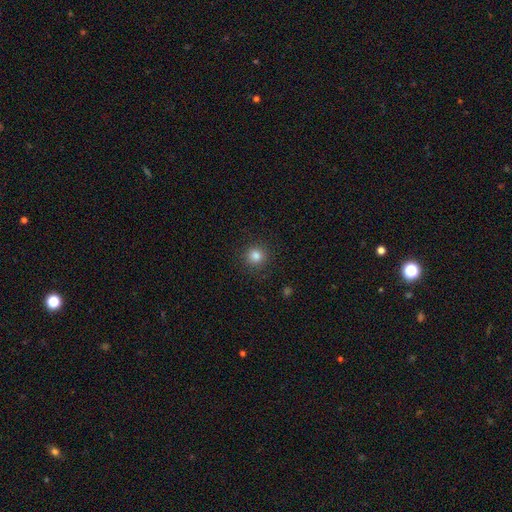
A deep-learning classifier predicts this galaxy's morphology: A smooth galaxy with no disk features (83%) that is round (93%).

Vote fractions:
- Smooth or featured? smooth: 83% / star or artifact: 13% / featured or disk: 5%
- How rounded? round: 93% / in between: 6% / cigar-shaped: 1%
- Merging? none: 90% / minor disturbance: 7% / major disturbance: 3% / merger: 1%